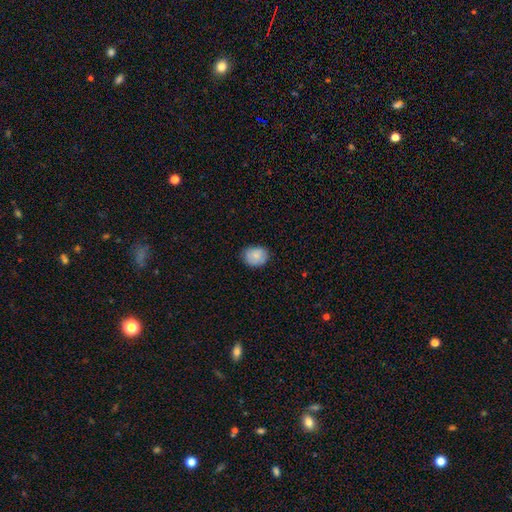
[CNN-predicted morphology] smooth-or-featured: smooth: 84% | featured or disk: 9% | star or artifact: 8%
  how-rounded: round: 56% | in between: 43% | cigar-shaped: 1%
  merging: none: 78% | minor disturbance: 18% | major disturbance: 3% | merger: 1%